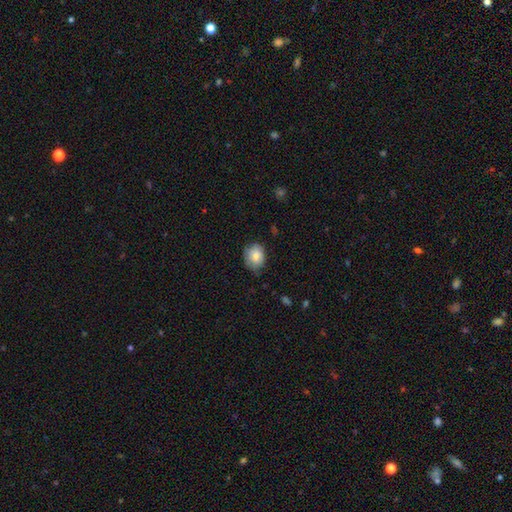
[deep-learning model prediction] Q: Smooth or featured?
A: smooth (79%); runner-up: featured or disk (14%)
Q: How rounded?
A: in between (50%); runner-up: round (49%)
Q: Merging?
A: none (66%); runner-up: minor disturbance (28%)